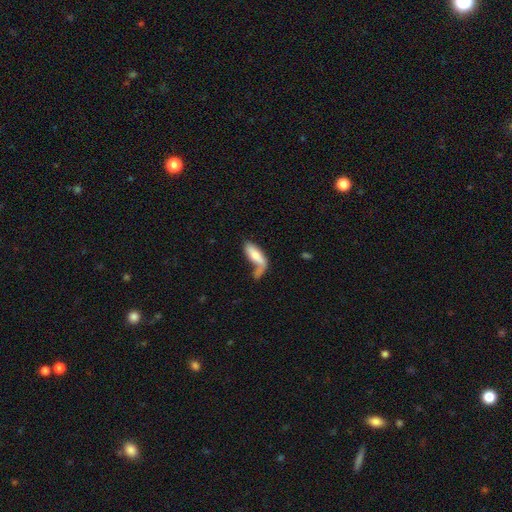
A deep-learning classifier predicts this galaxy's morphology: A smooth galaxy with no disk features (66%) that is in between round and cigar-shaped (66%). Merging: major disturbance (28%).